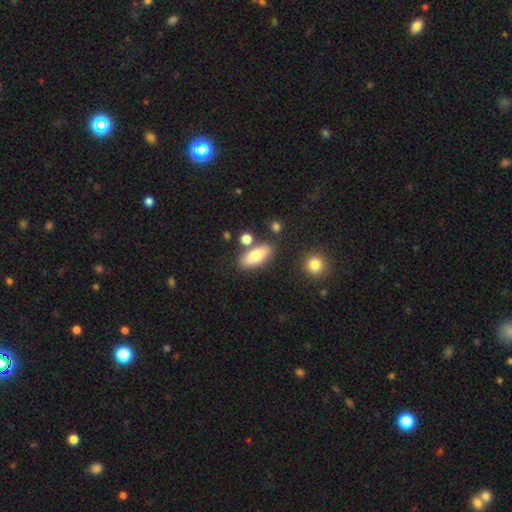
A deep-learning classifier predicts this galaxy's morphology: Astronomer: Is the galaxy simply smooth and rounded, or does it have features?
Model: smooth — 78%.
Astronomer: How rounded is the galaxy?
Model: in between — 77%.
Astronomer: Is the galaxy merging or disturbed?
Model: none — 77%.